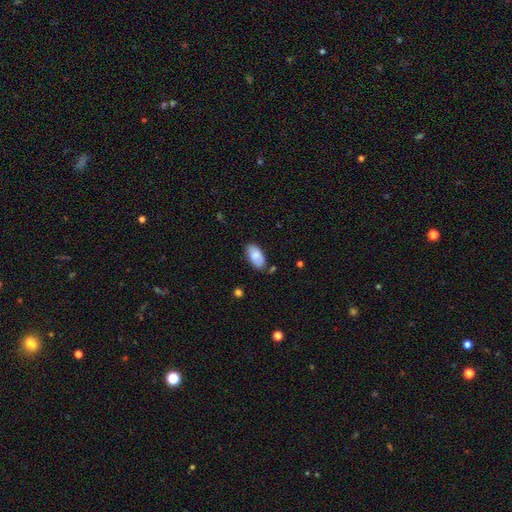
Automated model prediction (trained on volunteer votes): Overall: smooth (78%). How rounded: in between (95%). Merging: none (70%).